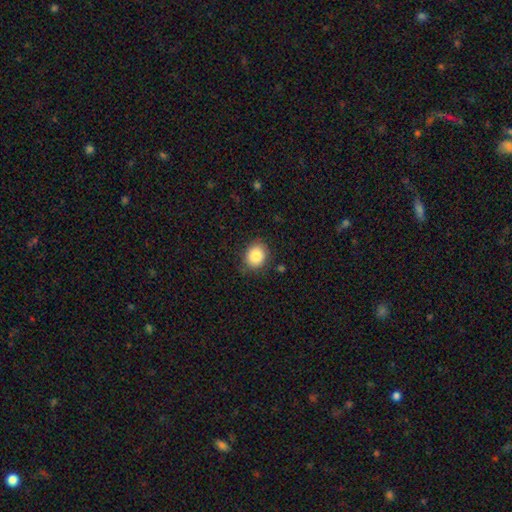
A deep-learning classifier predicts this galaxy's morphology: type=smooth (84%); roundness=round (65%); merging=none (82%).